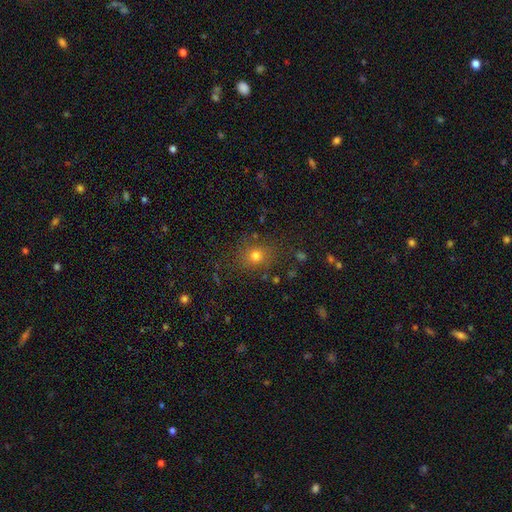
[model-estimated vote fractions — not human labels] Smooth or featured? Predicted: smooth (p=0.74). How rounded? Predicted: round (p=0.75). Merging? Predicted: none (p=0.82).